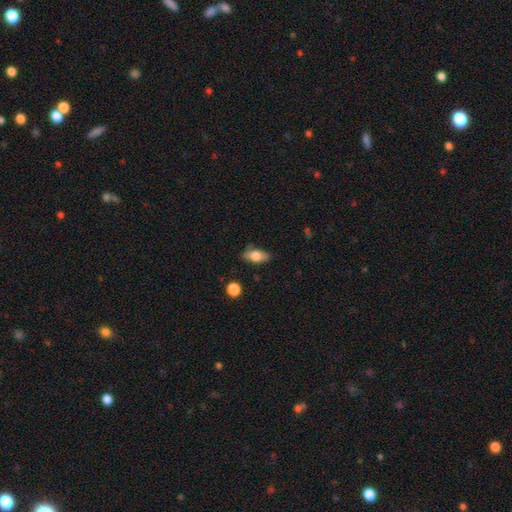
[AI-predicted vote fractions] A smooth galaxy with no disk features (73%) that is in between round and cigar-shaped (86%).

Vote fractions:
- Smooth or featured? smooth: 73% / featured or disk: 20% / star or artifact: 7%
- How rounded? in between: 86% / cigar-shaped: 9% / round: 5%
- Merging? none: 79% / minor disturbance: 16% / major disturbance: 3% / merger: 2%